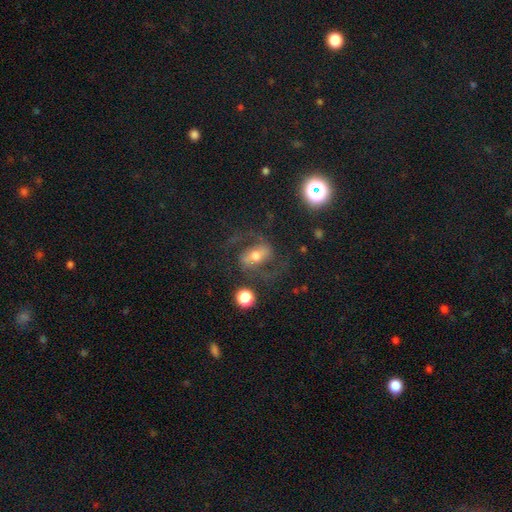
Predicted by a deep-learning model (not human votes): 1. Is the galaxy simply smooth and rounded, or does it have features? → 73% featured or disk, 16% smooth, 11% star or artifact.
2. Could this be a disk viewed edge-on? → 95% no, 5% yes.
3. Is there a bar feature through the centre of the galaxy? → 47% strong, 35% weak, 18% no.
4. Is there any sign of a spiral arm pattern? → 90% yes, 10% no.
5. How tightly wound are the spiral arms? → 52% medium, 36% loose, 13% tight.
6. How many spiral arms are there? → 91% 2, 4% can't tell, 2% 1, 1% 3, 1% 4, 1% more than 4.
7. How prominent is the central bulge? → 64% moderate, 21% small, 11% large, 2% none, 2% dominant.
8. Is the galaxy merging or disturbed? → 68% none, 15% major disturbance, 14% minor disturbance, 3% merger.